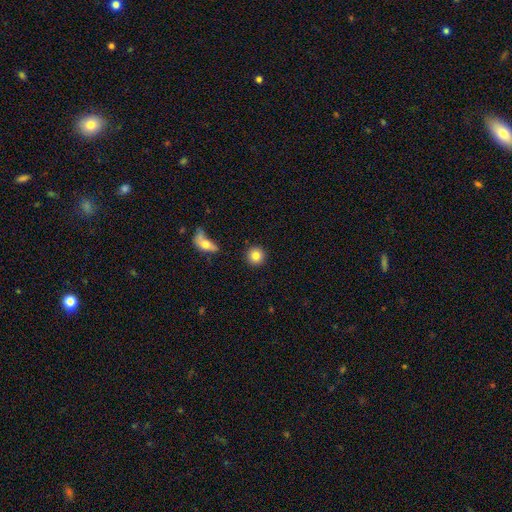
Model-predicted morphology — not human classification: The model was most divided on "smooth or featured": smooth: 83%, star or artifact: 9%, featured or disk: 8%. More confident: how rounded — round (93%); merging — none (90%).